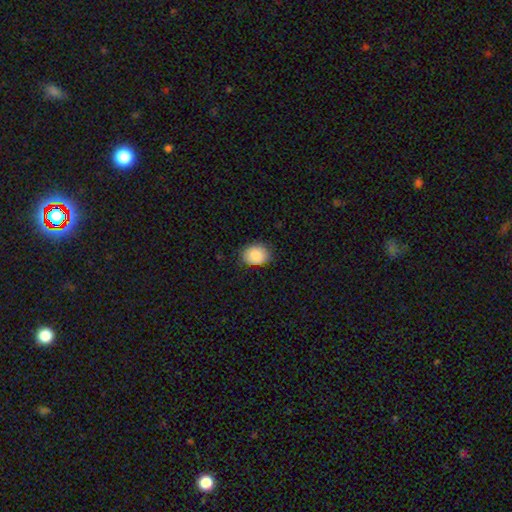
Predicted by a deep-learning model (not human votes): Smooth or featured? Predicted: smooth (p=0.86). How rounded? Predicted: in between (p=0.56). Merging? Predicted: none (p=0.80).